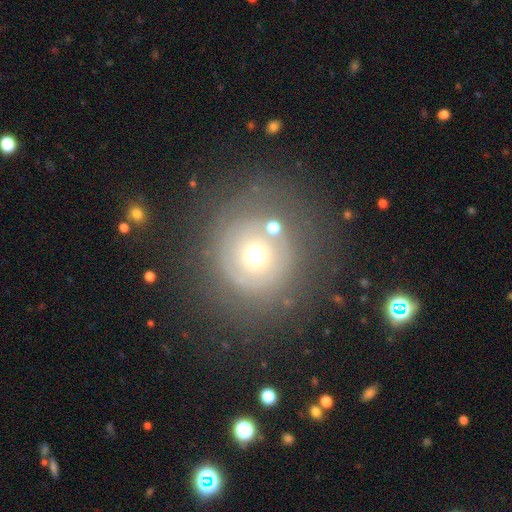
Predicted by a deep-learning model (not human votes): The model was most divided on "smooth or featured": smooth: 46%, featured or disk: 39%, star or artifact: 15%. More confident: merging — none (68%).